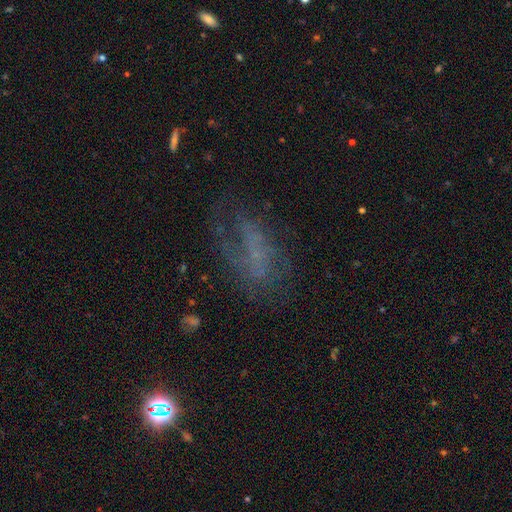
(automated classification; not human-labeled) Morphology: type=featured or disk (45%); merging=none (46%).